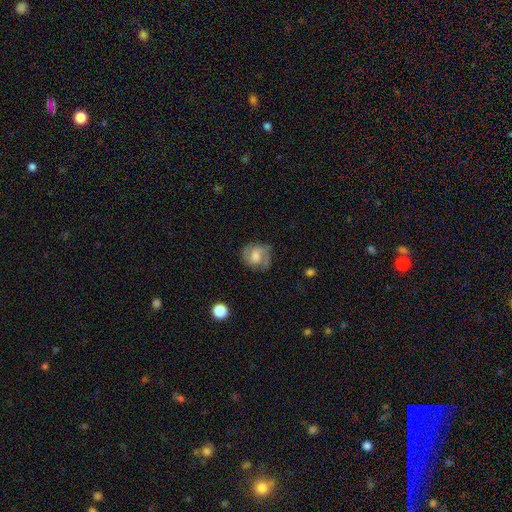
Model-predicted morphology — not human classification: This appears to be a featured or disk galaxy (60%) with no bar (50%), 2 (67%) medium (45%) spiral arms (88%) and a moderate central bulge (52%). Merging: none (69%).